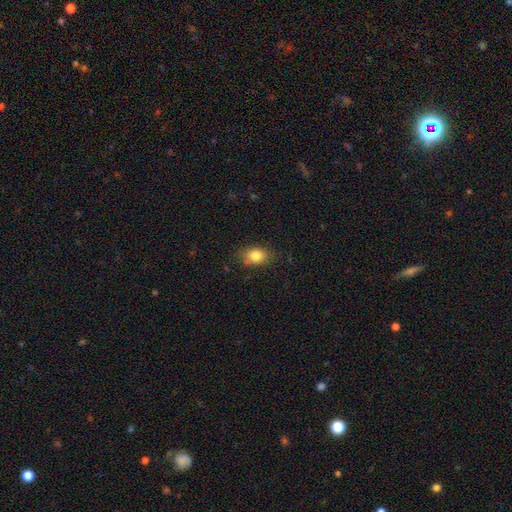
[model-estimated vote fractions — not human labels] Q: Smooth or featured?
A: smooth (84%); runner-up: star or artifact (9%)
Q: How rounded?
A: in between (74%); runner-up: round (24%)
Q: Merging?
A: none (79%); runner-up: minor disturbance (16%)